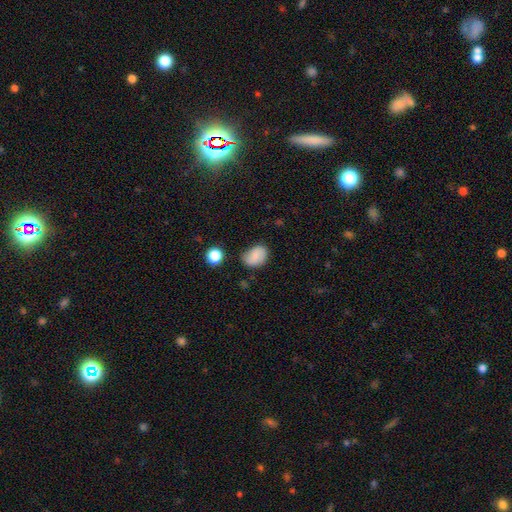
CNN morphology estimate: This appears to be a smooth galaxy with no disk features (71%) that is in between round and cigar-shaped (66%). Merging: none (69%).